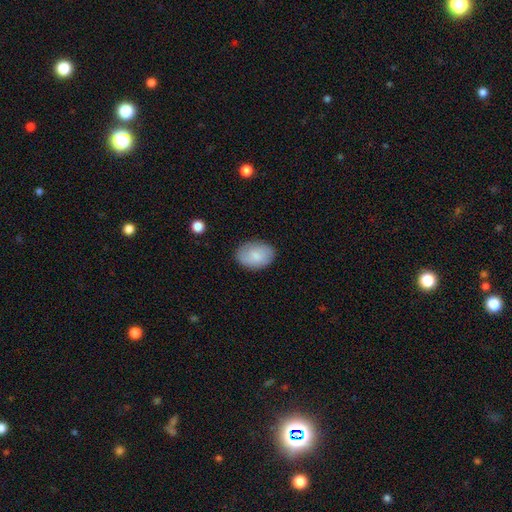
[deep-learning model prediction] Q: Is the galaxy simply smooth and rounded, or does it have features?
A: smooth — 81%.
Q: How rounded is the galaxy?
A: in between — 83%.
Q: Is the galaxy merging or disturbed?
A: none — 85%.